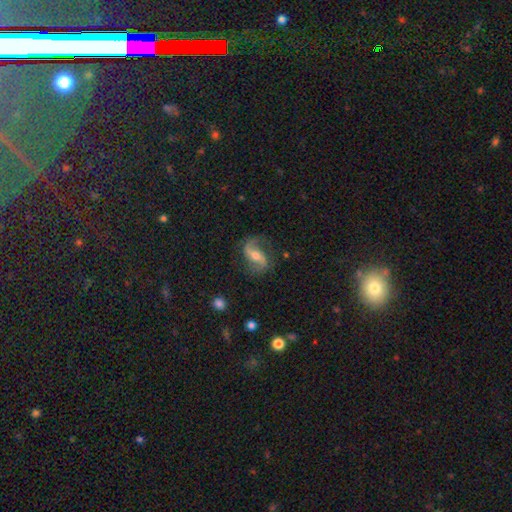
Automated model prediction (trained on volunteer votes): The model was most divided on "bar": weak: 38%, strong: 37%, no: 25%. More confident: edge-on disk — no (96%); spiral arms — yes (95%); spiral arm count — 2 (91%); smooth or featured — featured or disk (83%); merging — none (75%); spiral winding — loose (68%); bulge size — moderate (57%).